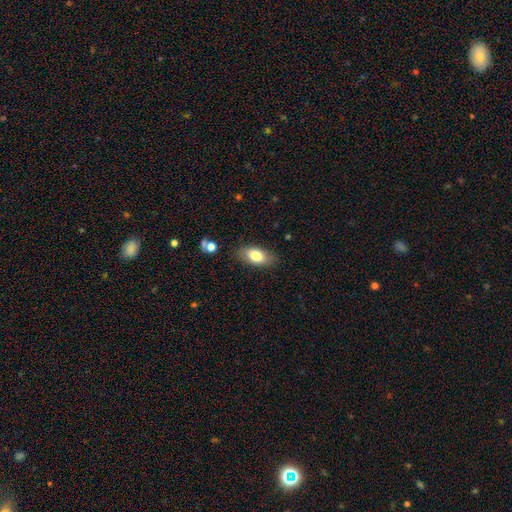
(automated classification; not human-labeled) Smooth or featured?
  - smooth: 80% *
  - featured or disk: 12%
  - star or artifact: 8%
How rounded?
  - in between: 90% *
  - round: 6%
  - cigar-shaped: 4%
Merging?
  - none: 82% *
  - minor disturbance: 13%
  - major disturbance: 3%
  - merger: 2%